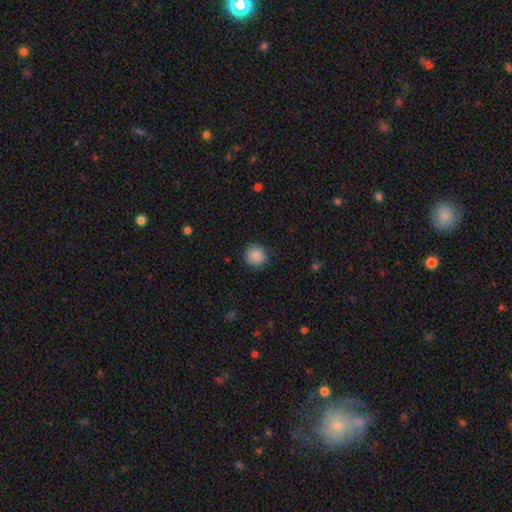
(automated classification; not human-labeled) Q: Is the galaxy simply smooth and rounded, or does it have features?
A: smooth — 88%.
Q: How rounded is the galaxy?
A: round — 92%.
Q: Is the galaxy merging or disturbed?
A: none — 88%.